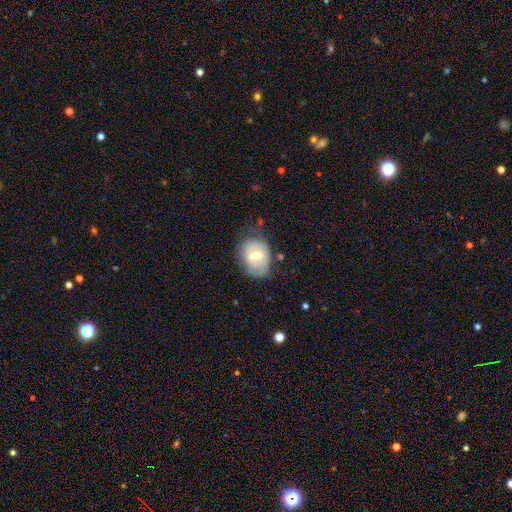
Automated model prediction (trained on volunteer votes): Smooth or featured? Predicted: featured or disk (p=0.50). Merging? Predicted: none (p=0.62).